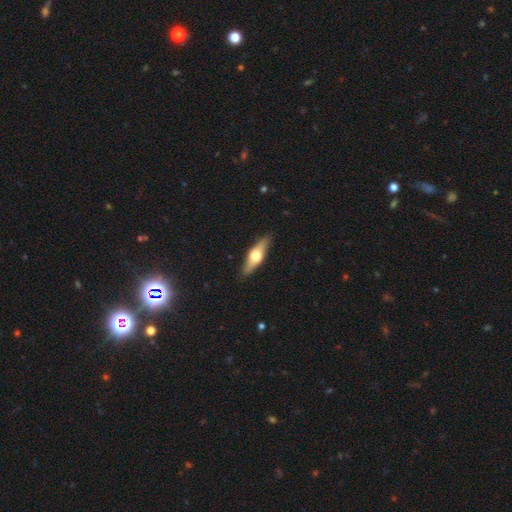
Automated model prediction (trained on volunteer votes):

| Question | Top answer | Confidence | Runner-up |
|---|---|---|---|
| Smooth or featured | featured or disk | 51% | smooth (43%) |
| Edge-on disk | yes | 89% | no (11%) |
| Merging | none | 88% | minor disturbance (9%) |